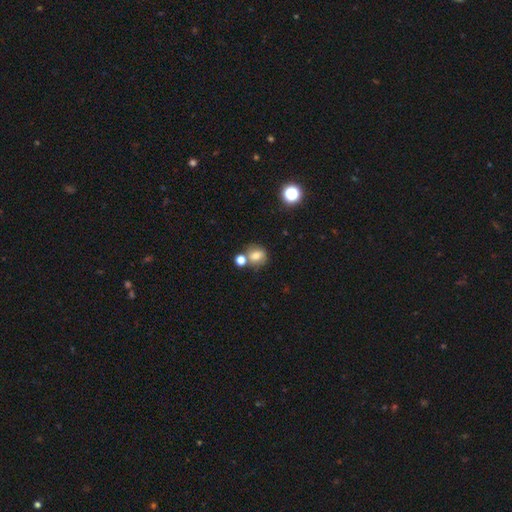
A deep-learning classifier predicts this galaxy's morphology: smooth_or_featured: smooth (p=0.70) [alt: featured or disk p=0.16]
how_rounded: round (p=0.75) [alt: in between p=0.24]
merging: none (p=0.58) [alt: merger p=0.24]